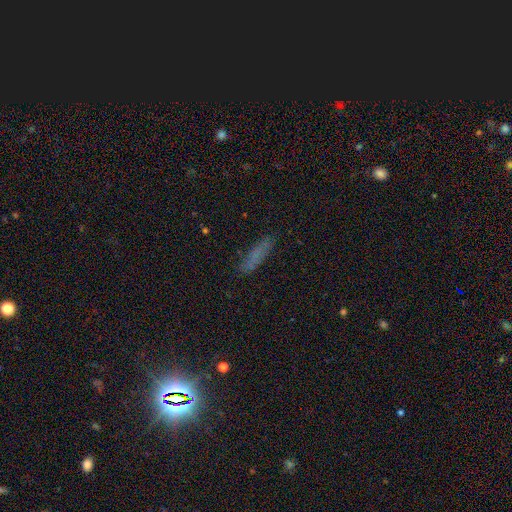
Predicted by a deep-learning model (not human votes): smooth-or-featured: smooth: 67% | featured or disk: 18% | star or artifact: 15%
  how-rounded: cigar-shaped: 79% | in between: 19% | round: 2%
  merging: none: 82% | minor disturbance: 13% | major disturbance: 4% | merger: 2%